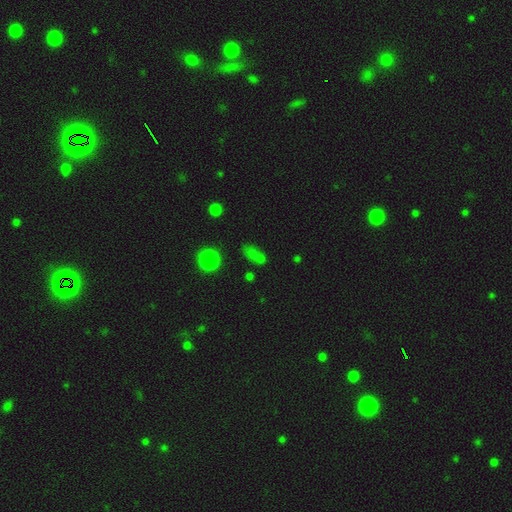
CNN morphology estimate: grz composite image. It shows a smooth galaxy with no disk features (64%) that is in between round and cigar-shaped (68%). Merging: none (52%).